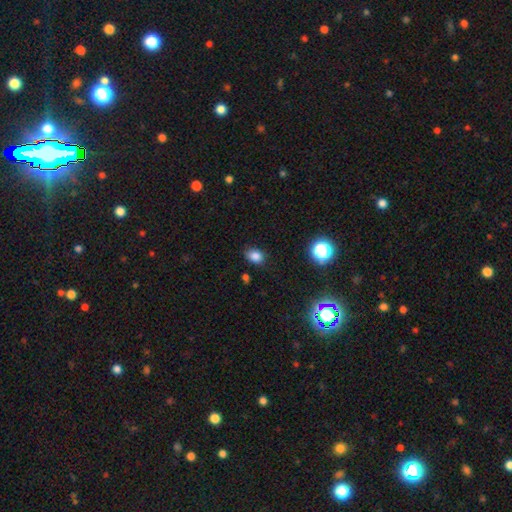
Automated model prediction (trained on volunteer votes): A smooth galaxy with no disk features (81%) that is in between round and cigar-shaped (67%).

Vote fractions:
- Smooth or featured? smooth: 81% / star or artifact: 14% / featured or disk: 5%
- How rounded? in between: 67% / round: 32% / cigar-shaped: 1%
- Merging? none: 82% / minor disturbance: 13% / major disturbance: 3% / merger: 2%